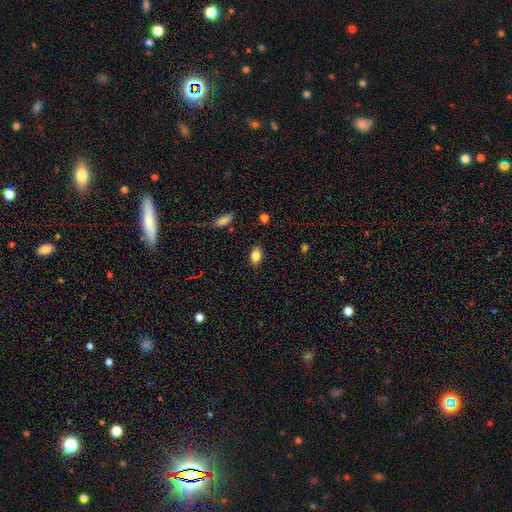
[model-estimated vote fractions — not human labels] smooth-or-featured: smooth: 83% | star or artifact: 9% | featured or disk: 8%
  how-rounded: in between: 77% | round: 21% | cigar-shaped: 2%
  merging: none: 85% | minor disturbance: 11% | major disturbance: 3% | merger: 1%